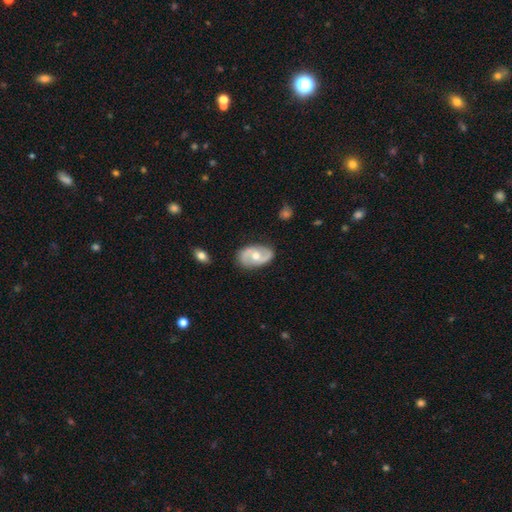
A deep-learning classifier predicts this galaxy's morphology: Smooth or featured?
  - featured or disk: 76% *
  - smooth: 20%
  - star or artifact: 5%
Edge-on disk?
  - no: 96% *
  - yes: 4%
Bar?
  - no: 56% *
  - weak: 36%
  - strong: 8%
Spiral arms?
  - yes: 88% *
  - no: 12%
Spiral winding?
  - medium: 43% *
  - loose: 39%
  - tight: 18%
Spiral arm count?
  - 2: 89% *
  - can't tell: 6%
  - 1: 2%
  - 3: 1%
  - 4: 1%
  - more than 4: 1%
Bulge size?
  - moderate: 73% *
  - small: 22%
  - large: 4%
  - none: 1%
  - dominant: 1%
Merging?
  - none: 81% *
  - minor disturbance: 14%
  - major disturbance: 4%
  - merger: 2%